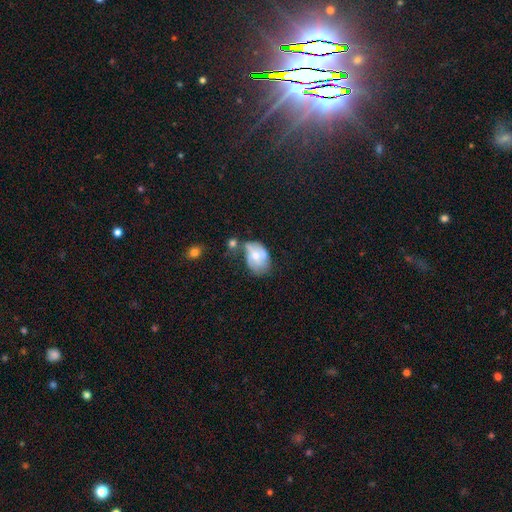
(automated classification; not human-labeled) Smooth or featured?
  - featured or disk: 54% *
  - smooth: 38%
  - star or artifact: 8%
Edge-on disk?
  - no: 97% *
  - yes: 3%
Bar?
  - no: 74% *
  - weak: 21%
  - strong: 4%
Spiral arms?
  - yes: 58% *
  - no: 42%
Bulge size?
  - moderate: 59% *
  - small: 36%
  - large: 3%
  - none: 2%
  - dominant: 1%
Merging?
  - none: 30% *
  - minor disturbance: 27%
  - merger: 24%
  - major disturbance: 18%